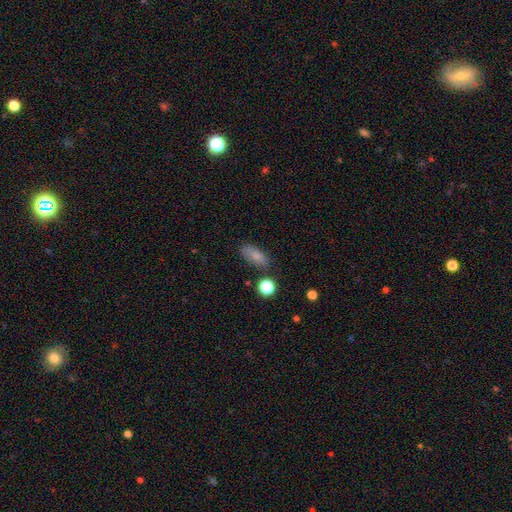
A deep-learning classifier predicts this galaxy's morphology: Smooth or featured? smooth (80%)
How rounded? in between (84%)
Merging? none (71%)